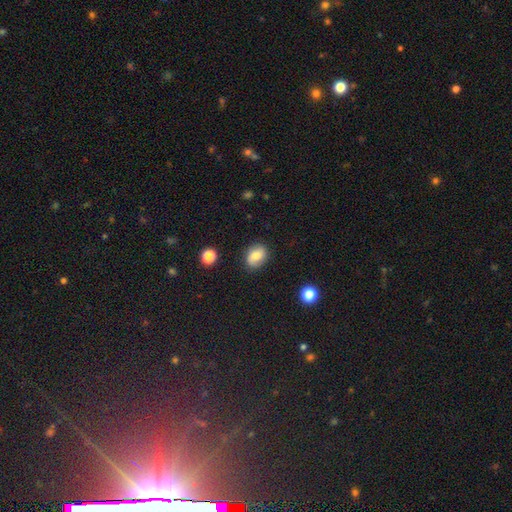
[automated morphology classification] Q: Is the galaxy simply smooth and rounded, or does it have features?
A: smooth — 68%.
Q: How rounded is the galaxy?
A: in between — 64%.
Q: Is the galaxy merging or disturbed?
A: none — 82%.